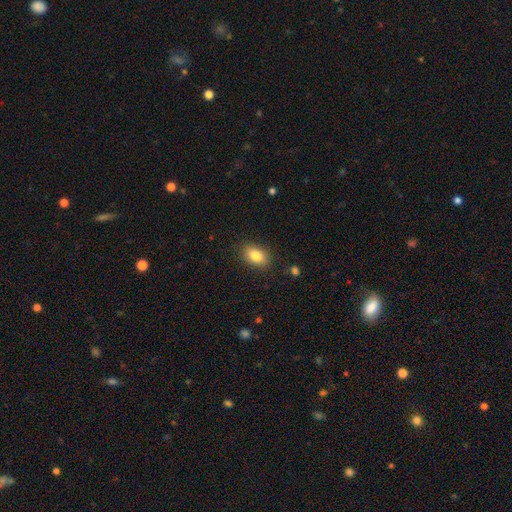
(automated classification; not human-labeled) Morphology: type=smooth (85%); roundness=in between (87%); merging=none (86%).